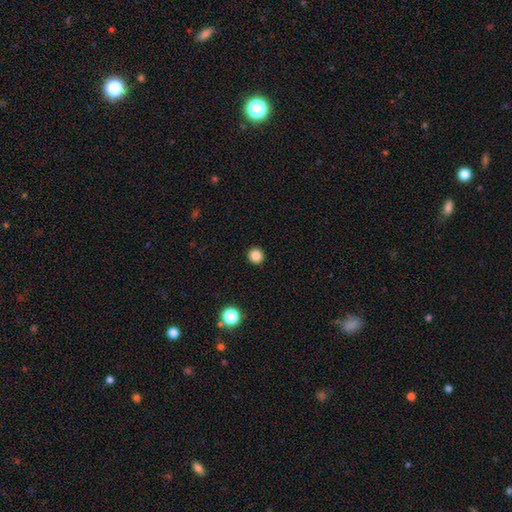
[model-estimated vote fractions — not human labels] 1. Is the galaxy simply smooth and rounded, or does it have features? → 84% smooth, 12% star or artifact, 4% featured or disk.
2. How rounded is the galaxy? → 93% round, 6% in between, 1% cigar-shaped.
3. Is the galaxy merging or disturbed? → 93% none, 4% minor disturbance, 2% major disturbance, 1% merger.